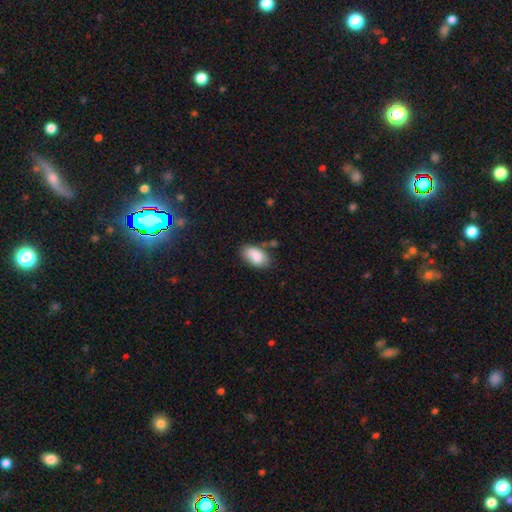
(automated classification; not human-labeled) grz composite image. It shows a smooth galaxy with no disk features (85%) that is in between round and cigar-shaped (93%). Merging: none (63%).